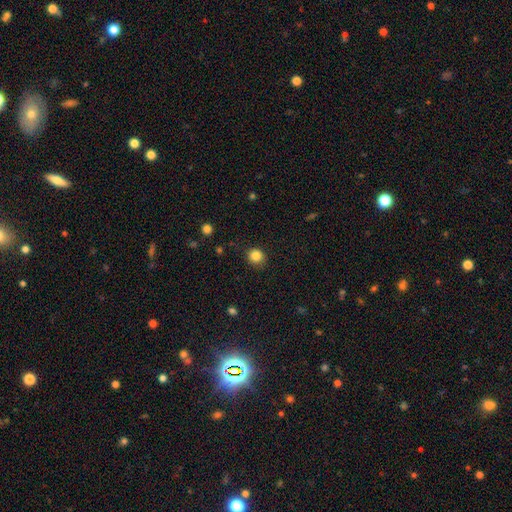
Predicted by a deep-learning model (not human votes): smooth 84%, star or artifact 11%, featured or disk 4%. Down the decision tree: how rounded — round (86%); merging — none (88%).